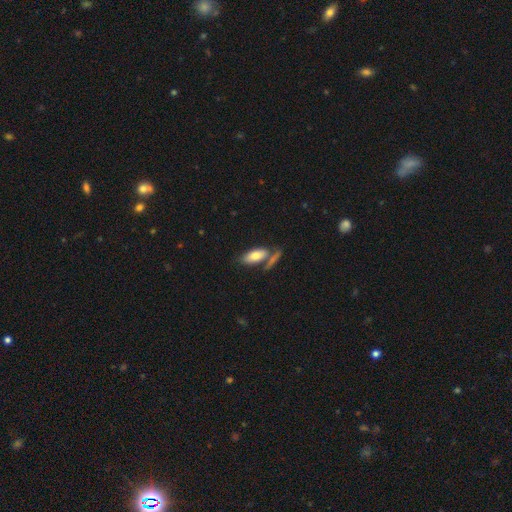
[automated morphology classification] A smooth galaxy with no disk features (74%) that is in between round and cigar-shaped (84%).

Vote fractions:
- Smooth or featured? smooth: 74% / featured or disk: 20% / star or artifact: 6%
- How rounded? in between: 84% / cigar-shaped: 13% / round: 3%
- Merging? none: 56% / merger: 25% / minor disturbance: 14% / major disturbance: 5%